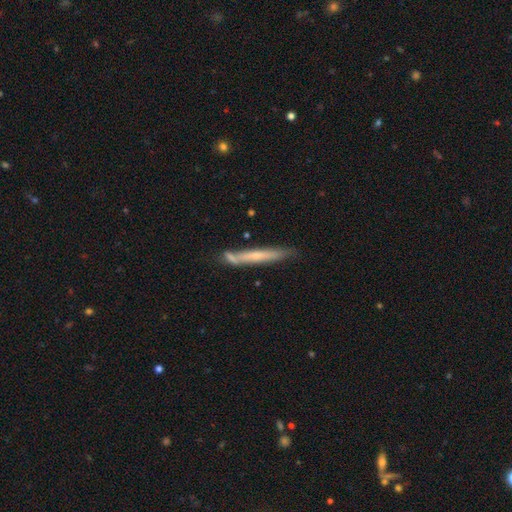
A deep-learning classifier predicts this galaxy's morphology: This is possibly a smooth galaxy (48%). Merging: likely none (66%).